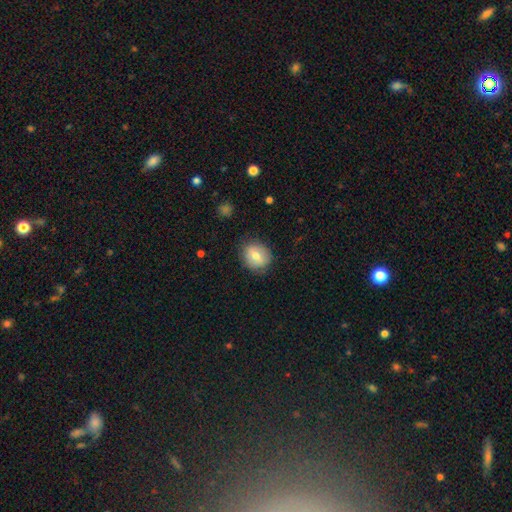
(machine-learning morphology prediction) smooth-or-featured: smooth: 70% | featured or disk: 22% | star or artifact: 8%
  how-rounded: round: 66% | in between: 33% | cigar-shaped: 1%
  merging: none: 82% | minor disturbance: 14% | major disturbance: 3% | merger: 1%